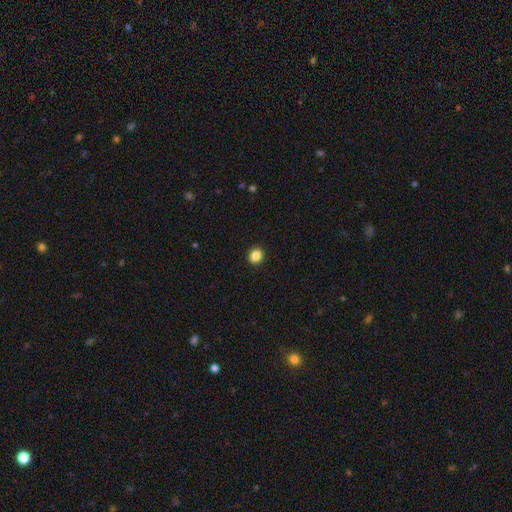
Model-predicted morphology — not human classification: Smooth or featured? Predicted: smooth (p=0.86). How rounded? Predicted: round (p=0.74). Merging? Predicted: none (p=0.93).